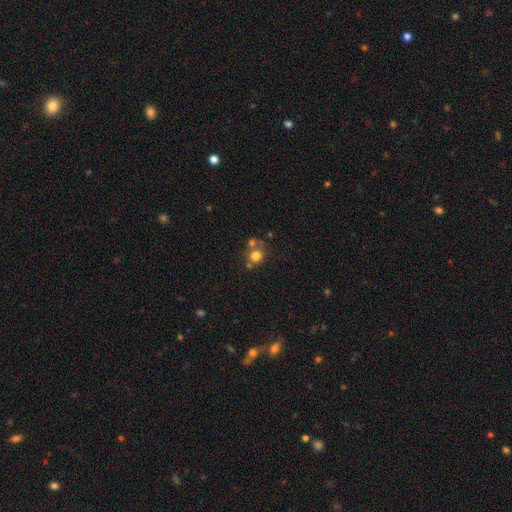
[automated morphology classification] The model was most divided on "merging": none: 52%, merger: 32%, minor disturbance: 10%, major disturbance: 5%. More confident: how rounded — round (86%); smooth or featured — smooth (73%).